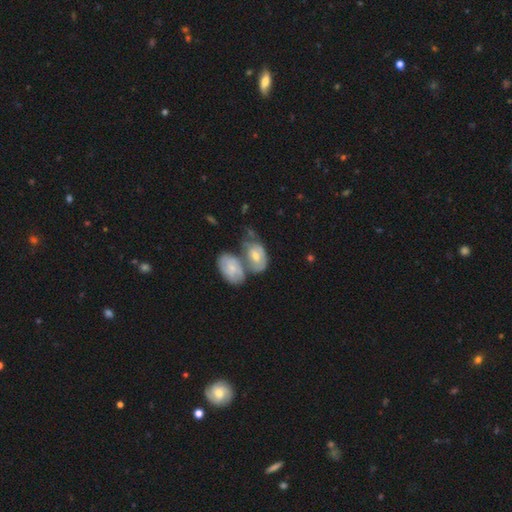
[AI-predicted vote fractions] Smooth or featured?
  - featured or disk: 52% *
  - smooth: 40%
  - star or artifact: 8%
Edge-on disk?
  - no: 92% *
  - yes: 8%
Merging?
  - merger: 51% *
  - none: 30%
  - minor disturbance: 13%
  - major disturbance: 6%